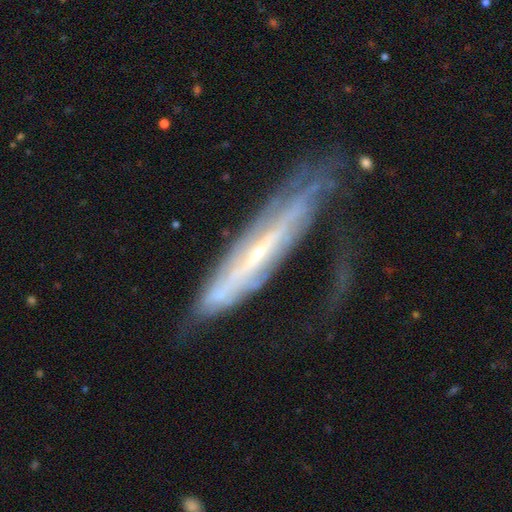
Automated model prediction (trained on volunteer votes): This is likely a featured or disk galaxy (78%). It is possibly viewed edge-on (51%). Merging: possibly none (47%).